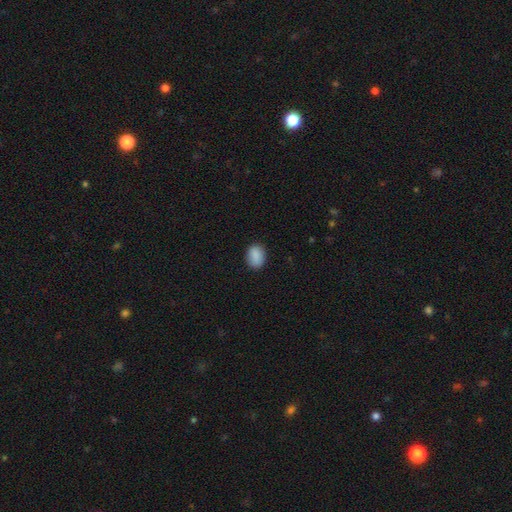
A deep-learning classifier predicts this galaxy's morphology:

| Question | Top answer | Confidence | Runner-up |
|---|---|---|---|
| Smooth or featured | smooth | 89% | star or artifact (7%) |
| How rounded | in between | 75% | round (24%) |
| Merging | none | 86% | minor disturbance (11%) |